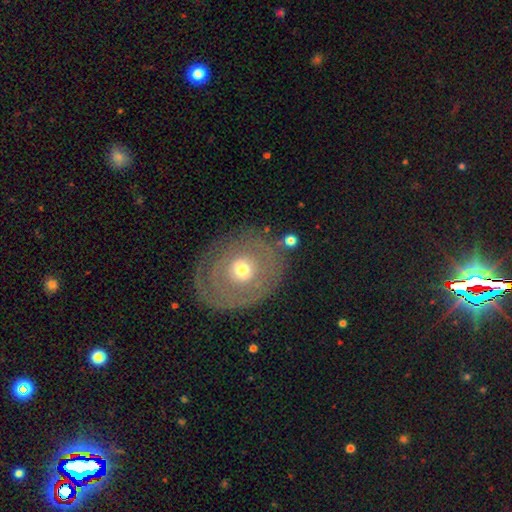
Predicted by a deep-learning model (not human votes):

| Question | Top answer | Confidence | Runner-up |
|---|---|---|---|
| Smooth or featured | featured or disk | 59% | smooth (33%) |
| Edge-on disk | no | 95% | yes (5%) |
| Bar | no | 89% | weak (9%) |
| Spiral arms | no | 59% | yes (41%) |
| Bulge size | moderate | 56% | small (38%) |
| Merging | none | 76% | minor disturbance (14%) |